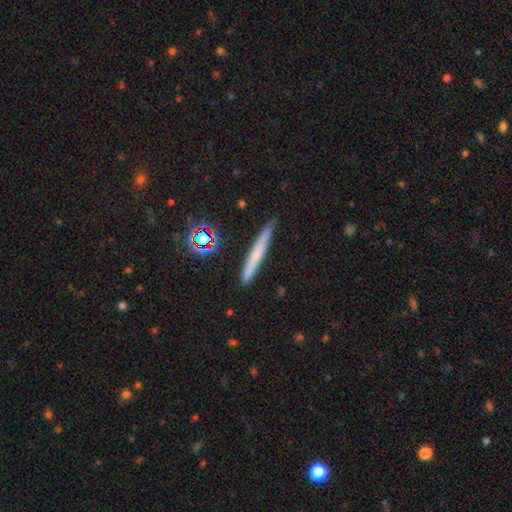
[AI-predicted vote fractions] Smooth or featured: smooth — 57% (featured or disk — 30%)
How rounded: cigar-shaped — 95% (in between — 3%)
Merging: none — 86% (minor disturbance — 10%)